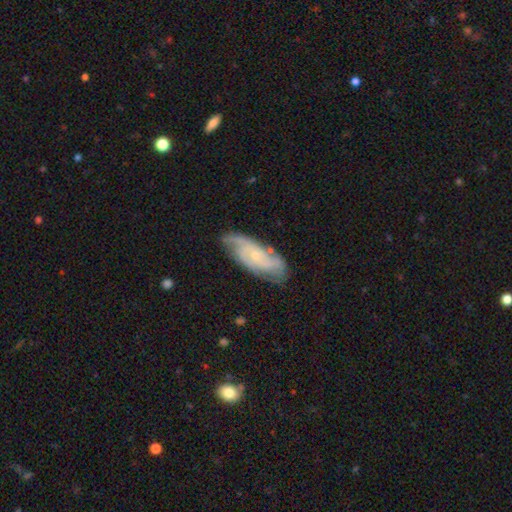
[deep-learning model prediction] A featured or disk galaxy (80%) with no bar (67%), 3 (31%) tight (47%) spiral arms (95%) and a small central bulge (73%). Merging: none (71%).